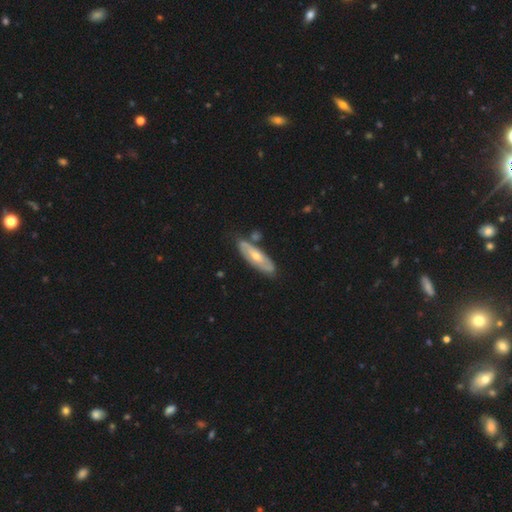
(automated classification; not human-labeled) The model was most divided on "smooth or featured": featured or disk: 56%, smooth: 38%, star or artifact: 6%. More confident: merging — none (73%); edge-on disk — no (64%).